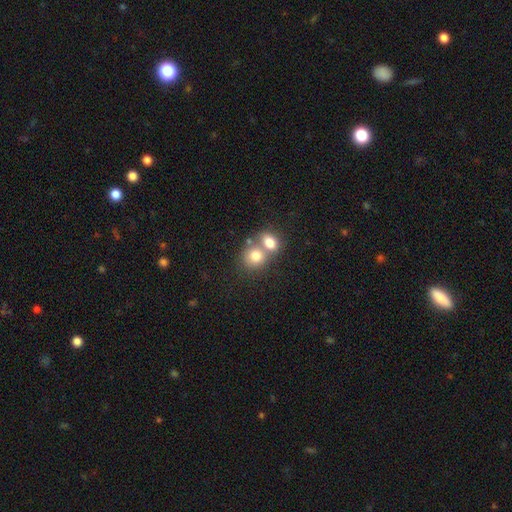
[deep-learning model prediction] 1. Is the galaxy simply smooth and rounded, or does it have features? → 77% smooth, 13% featured or disk, 10% star or artifact.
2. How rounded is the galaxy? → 67% round, 32% in between, 1% cigar-shaped.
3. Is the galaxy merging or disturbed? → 59% merger, 31% none, 6% minor disturbance, 3% major disturbance.